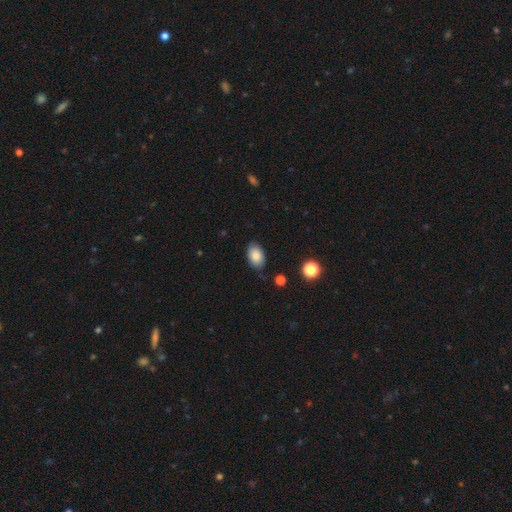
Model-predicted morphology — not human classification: Smooth or featured? smooth (85%)
How rounded? in between (90%)
Merging? none (82%)